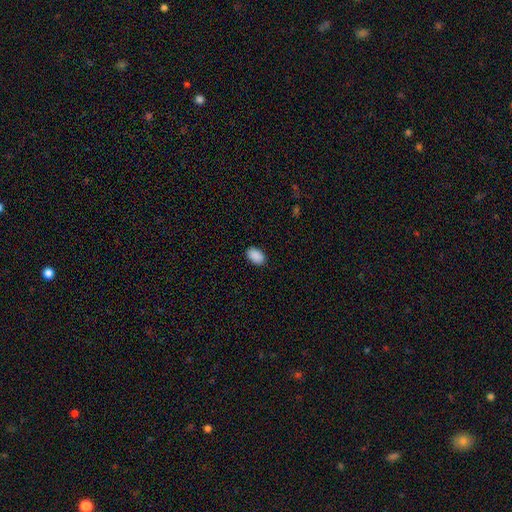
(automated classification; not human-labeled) smooth-or-featured: smooth: 90% | star or artifact: 7% | featured or disk: 2%
  how-rounded: in between: 91% | round: 8% | cigar-shaped: 1%
  merging: none: 89% | minor disturbance: 8% | major disturbance: 2% | merger: 1%